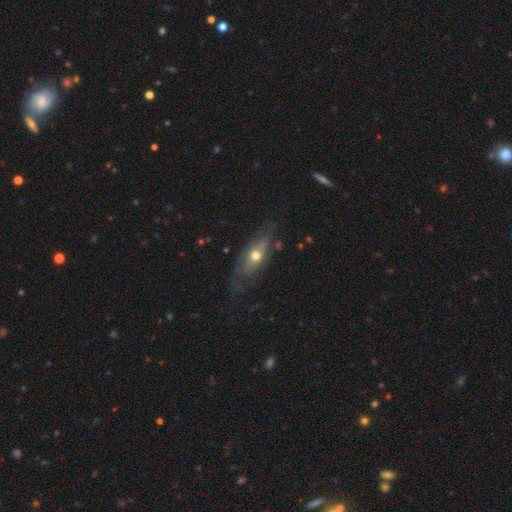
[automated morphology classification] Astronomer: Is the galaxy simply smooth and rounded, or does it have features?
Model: featured or disk — 51% (runner-up: smooth, 41%).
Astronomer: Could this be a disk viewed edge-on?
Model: no — 66%.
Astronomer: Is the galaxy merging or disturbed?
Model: none — 56%.